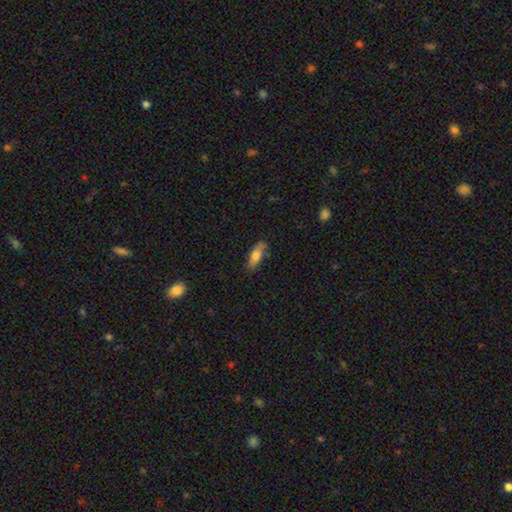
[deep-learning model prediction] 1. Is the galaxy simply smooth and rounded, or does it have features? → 71% smooth, 23% featured or disk, 7% star or artifact.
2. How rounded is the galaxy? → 58% in between, 39% cigar-shaped, 3% round.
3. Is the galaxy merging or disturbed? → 73% none, 20% minor disturbance, 4% major disturbance, 3% merger.